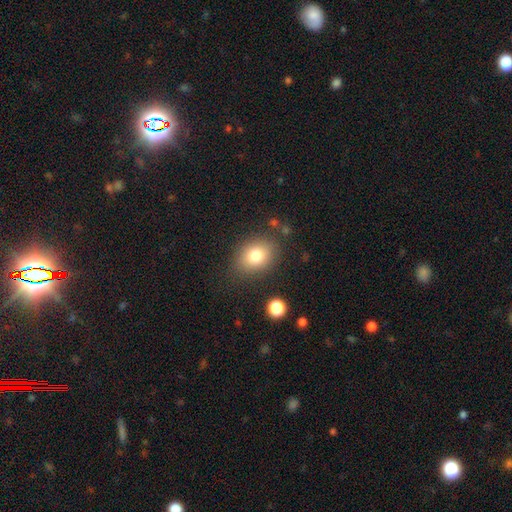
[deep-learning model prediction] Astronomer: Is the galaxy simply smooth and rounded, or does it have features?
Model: smooth — 79%.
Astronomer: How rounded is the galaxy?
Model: in between — 61% (runner-up: round, 38%).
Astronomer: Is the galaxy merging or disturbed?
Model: none — 80%.